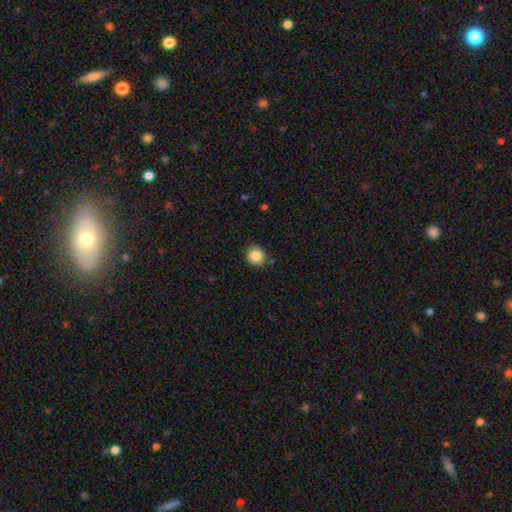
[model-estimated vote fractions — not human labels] The model was most divided on "how rounded": round: 81%, in between: 18%, cigar-shaped: 1%. More confident: merging — none (87%); smooth or featured — smooth (85%).